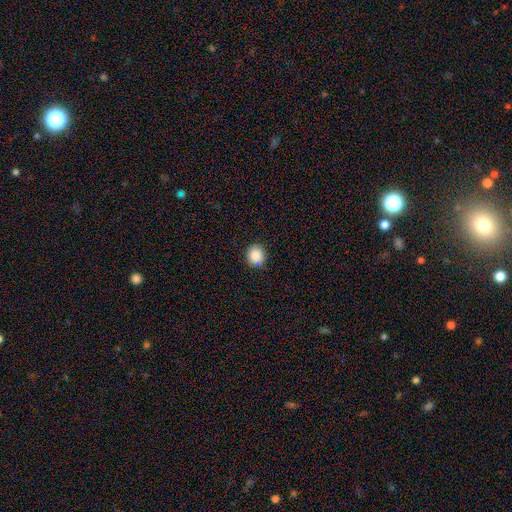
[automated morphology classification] smooth 88%, star or artifact 9%, featured or disk 3%. Down the decision tree: how rounded — round (84%); merging — none (89%).